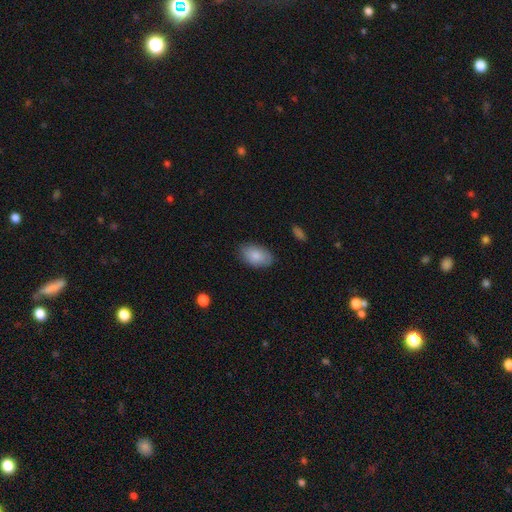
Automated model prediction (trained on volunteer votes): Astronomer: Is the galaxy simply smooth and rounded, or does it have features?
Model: smooth — 84%.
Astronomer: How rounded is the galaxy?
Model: in between — 92%.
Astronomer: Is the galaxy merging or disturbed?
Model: none — 82%.